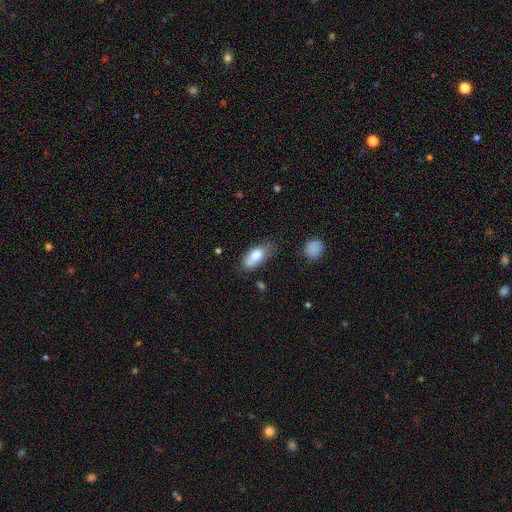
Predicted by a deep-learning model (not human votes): Smooth or featured: smooth — 77% (featured or disk — 15%)
How rounded: in between — 86% (cigar-shaped — 9%)
Merging: none — 50% (minor disturbance — 28%)